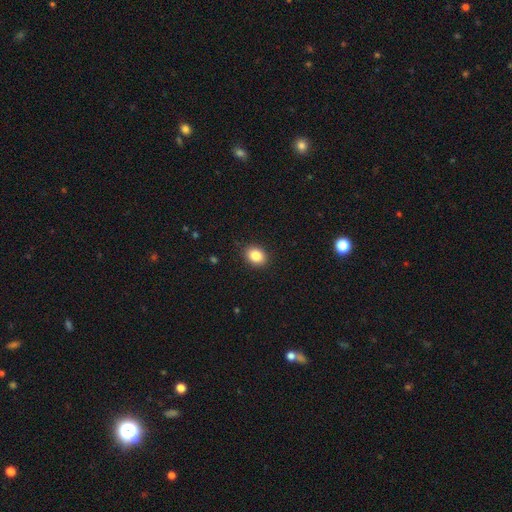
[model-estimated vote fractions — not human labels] Smooth or featured?
  - smooth: 85% *
  - star or artifact: 9%
  - featured or disk: 5%
How rounded?
  - in between: 59% *
  - round: 40%
  - cigar-shaped: 1%
Merging?
  - none: 89% *
  - minor disturbance: 8%
  - major disturbance: 2%
  - merger: 1%